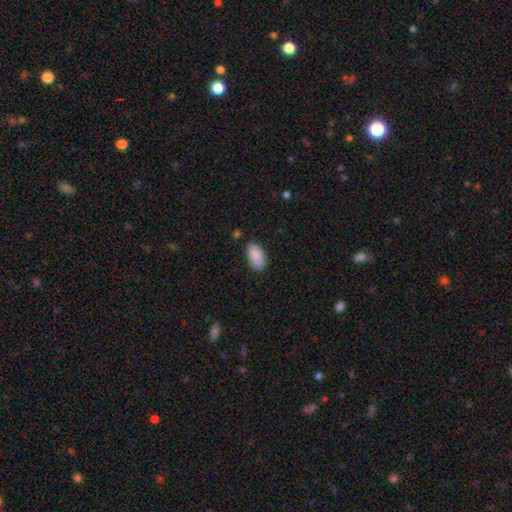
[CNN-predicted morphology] The model was most divided on "merging": none: 84%, minor disturbance: 11%, major disturbance: 3%, merger: 2%. More confident: how rounded — in between (94%); smooth or featured — smooth (90%).